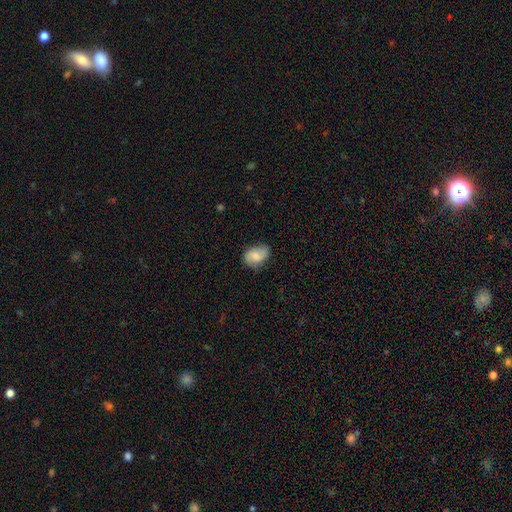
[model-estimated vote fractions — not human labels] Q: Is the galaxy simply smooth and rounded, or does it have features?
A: smooth — 52%.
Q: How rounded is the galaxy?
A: in between — 78%.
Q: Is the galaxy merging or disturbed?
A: none — 68%.